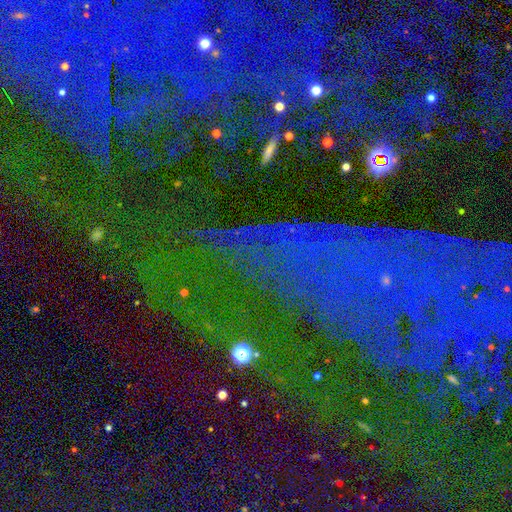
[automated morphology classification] Smooth or featured? Predicted: star or artifact (p=0.85).